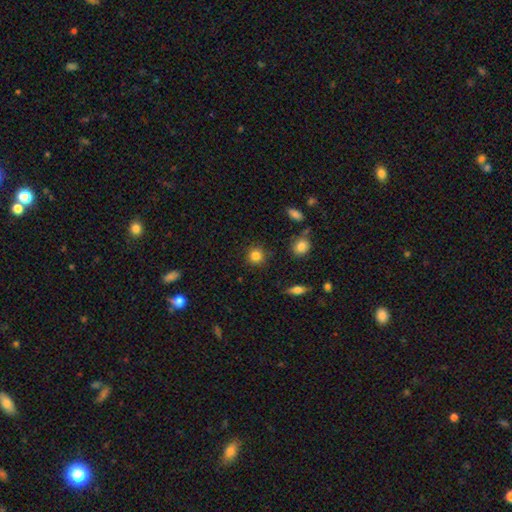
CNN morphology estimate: This appears to be a smooth galaxy with no disk features (83%) that is round (91%). Merging: none (88%).